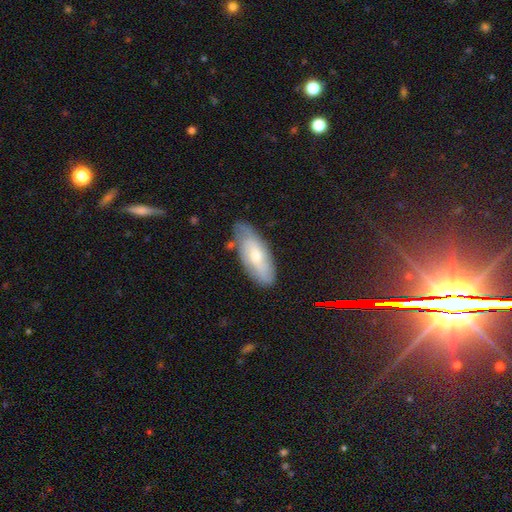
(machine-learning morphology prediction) type=smooth (50%); roundness=in between (74%); merging=none (70%).